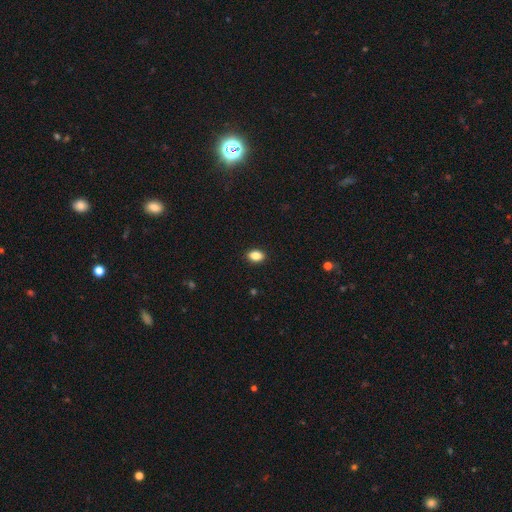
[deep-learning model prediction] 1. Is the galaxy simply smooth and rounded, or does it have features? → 86% smooth, 9% star or artifact, 5% featured or disk.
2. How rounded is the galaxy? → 82% in between, 16% round, 2% cigar-shaped.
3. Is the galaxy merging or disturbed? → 90% none, 7% minor disturbance, 2% major disturbance, 1% merger.